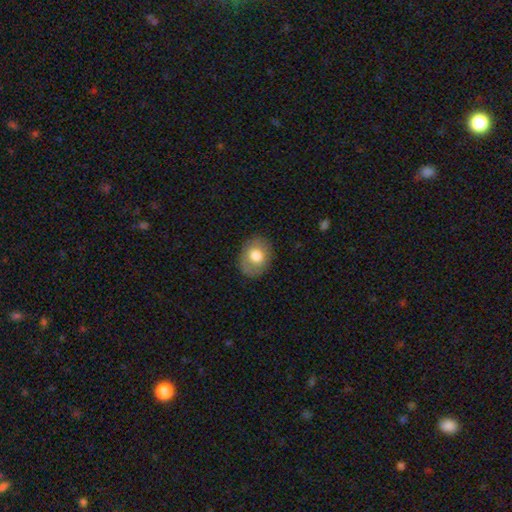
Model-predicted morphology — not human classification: A smooth galaxy with no disk features (74%) that is in between round and cigar-shaped (56%). Merging: none (83%).